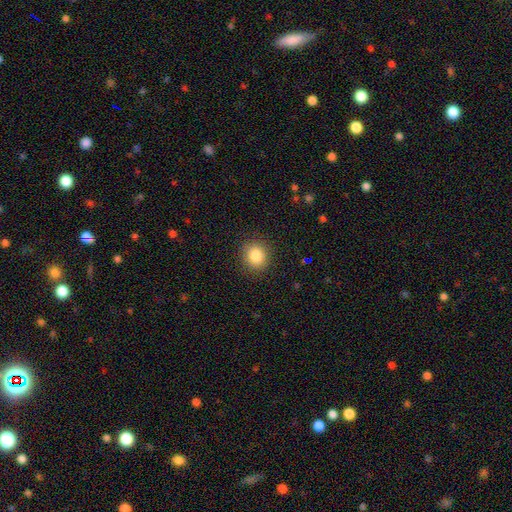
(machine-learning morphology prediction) This appears to be a smooth galaxy with no disk features (85%) that is round (84%). Merging: none (89%).